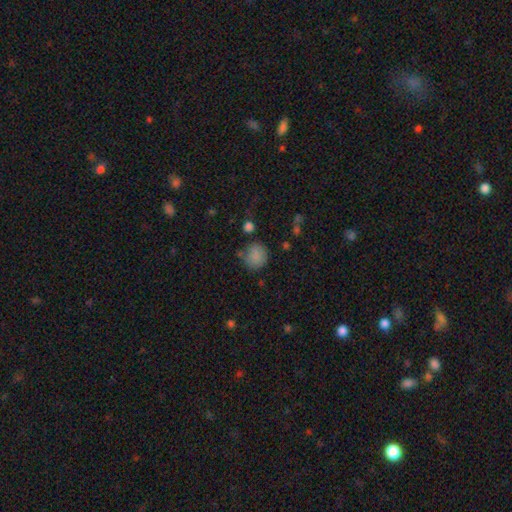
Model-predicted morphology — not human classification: smooth_or_featured: smooth (p=0.83) [alt: star or artifact p=0.11]
how_rounded: round (p=0.81) [alt: in between p=0.18]
merging: none (p=0.70) [alt: minor disturbance p=0.19]